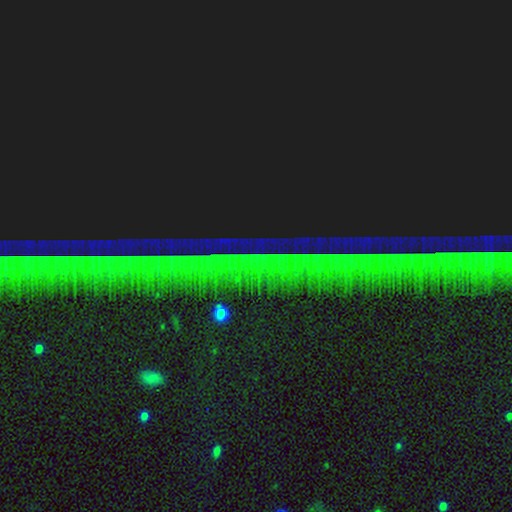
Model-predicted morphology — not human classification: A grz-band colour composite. It shows a star or artifact, not a galaxy (87%).